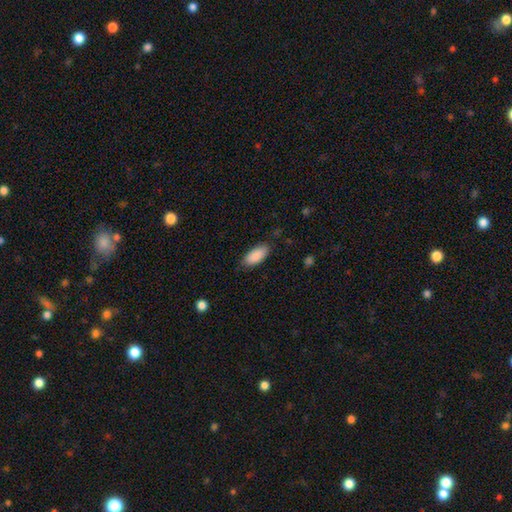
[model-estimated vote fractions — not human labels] Smooth or featured? smooth (90%)
How rounded? in between (88%)
Merging? none (83%)